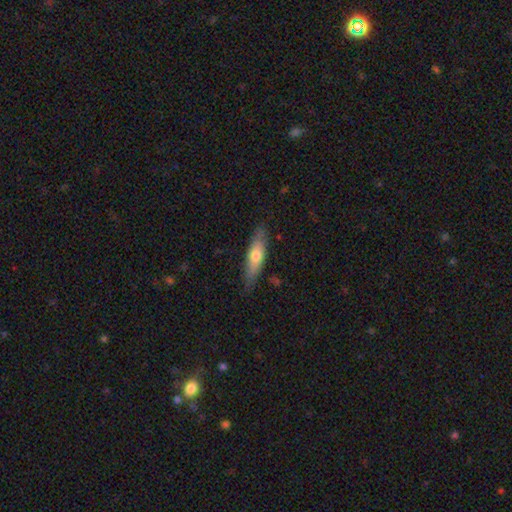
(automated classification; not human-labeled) This is possibly a smooth galaxy (59%). How rounded: likely cigar-shaped (62%). Merging: clearly none (80%).